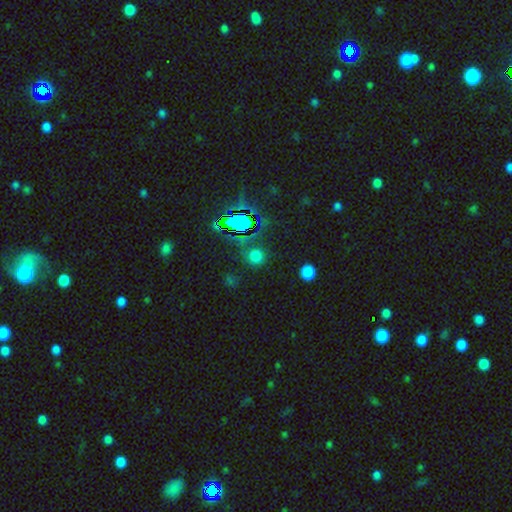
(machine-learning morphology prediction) smooth 62%, star or artifact 31%, featured or disk 7%. Down the decision tree: how rounded — round (91%); merging — none (80%).